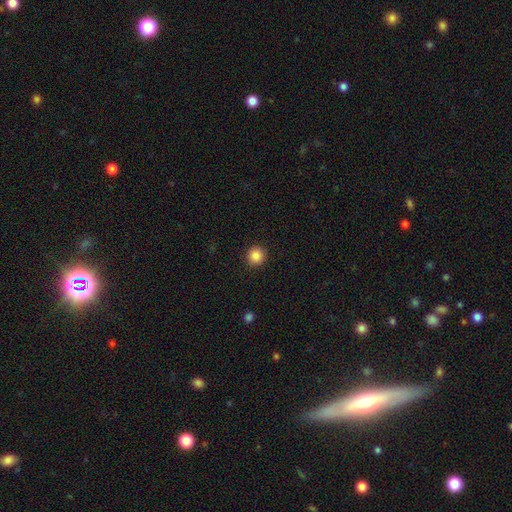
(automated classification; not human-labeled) This appears to be a smooth galaxy with no disk features (87%) that is round (94%). Merging: none (92%).